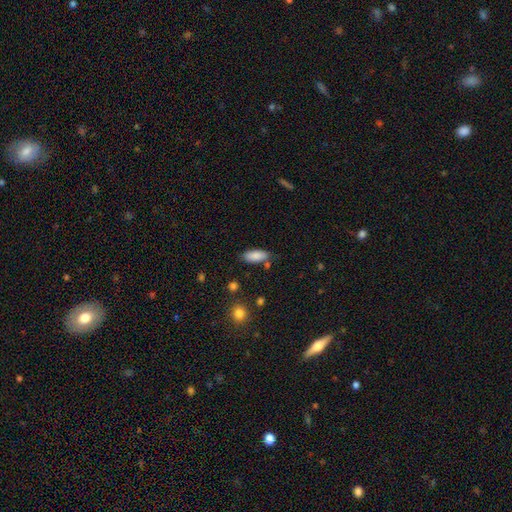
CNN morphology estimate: Q: Smooth or featured?
A: smooth (86%); runner-up: featured or disk (7%)
Q: How rounded?
A: in between (79%); runner-up: cigar-shaped (19%)
Q: Merging?
A: none (78%); runner-up: minor disturbance (14%)